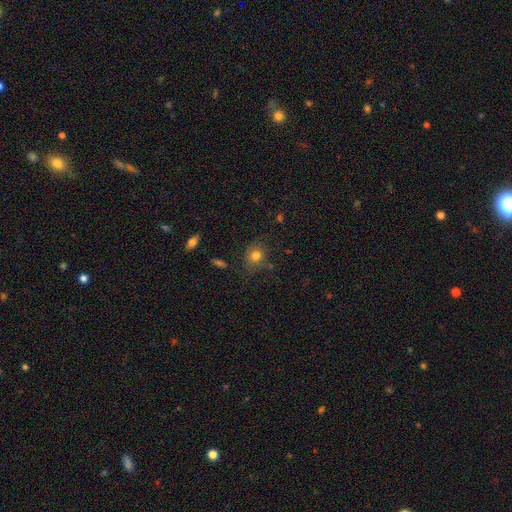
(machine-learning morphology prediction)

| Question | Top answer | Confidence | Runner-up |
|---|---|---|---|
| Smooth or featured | smooth | 78% | star or artifact (13%) |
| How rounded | round | 71% | in between (27%) |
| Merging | none | 75% | minor disturbance (17%) |